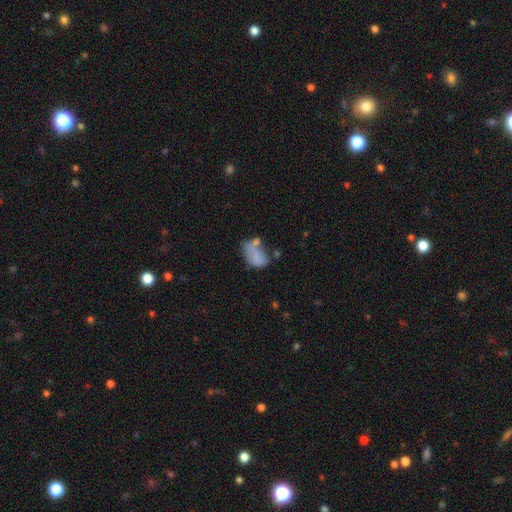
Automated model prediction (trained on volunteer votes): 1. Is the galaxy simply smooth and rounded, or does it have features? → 68% smooth, 22% featured or disk, 10% star or artifact.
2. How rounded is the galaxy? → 88% in between, 10% round, 2% cigar-shaped.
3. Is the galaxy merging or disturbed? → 27% merger (tied), 27% none (tied), 24% minor disturbance, 22% major disturbance.